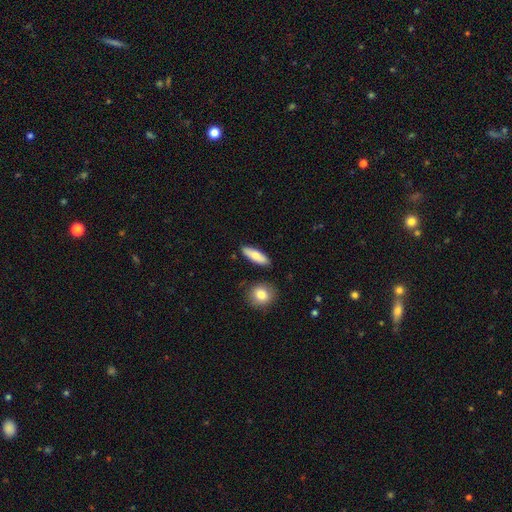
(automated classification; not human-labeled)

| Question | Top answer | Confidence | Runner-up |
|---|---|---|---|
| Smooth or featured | smooth | 73% | featured or disk (21%) |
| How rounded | in between | 49% | cigar-shaped (48%) |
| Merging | none | 87% | minor disturbance (8%) |